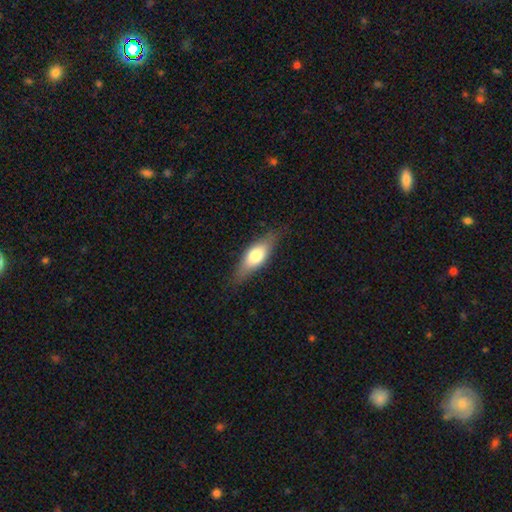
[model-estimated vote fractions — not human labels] Smooth or featured?
  - smooth: 64% *
  - featured or disk: 30%
  - star or artifact: 6%
How rounded?
  - in between: 63% *
  - cigar-shaped: 34%
  - round: 3%
Merging?
  - none: 80% *
  - minor disturbance: 16%
  - major disturbance: 3%
  - merger: 1%